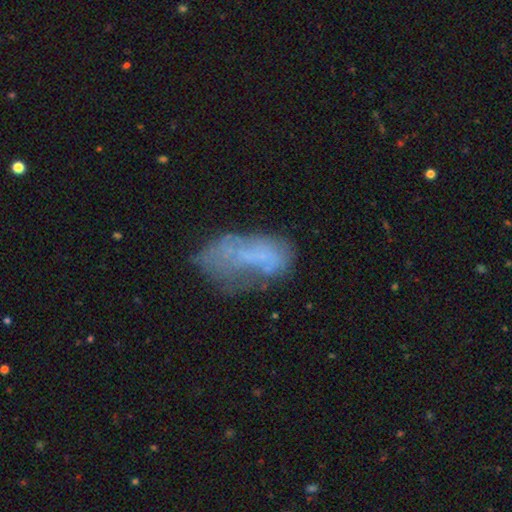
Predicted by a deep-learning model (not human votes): A smooth galaxy with no disk features (46%). Merging: none (37%).